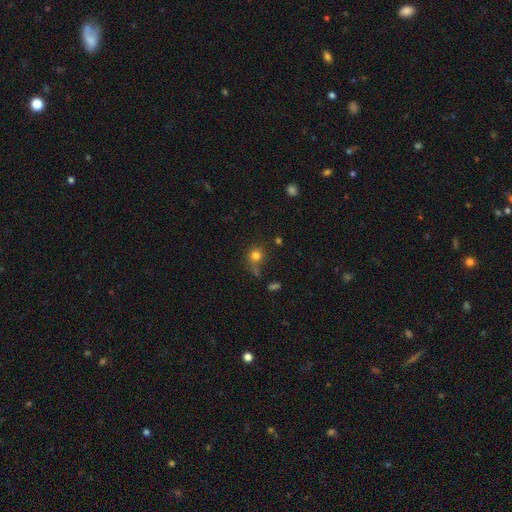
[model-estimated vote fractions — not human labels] Smooth or featured? Predicted: smooth (p=0.78). How rounded? Predicted: round (p=0.86). Merging? Predicted: none (p=0.64).